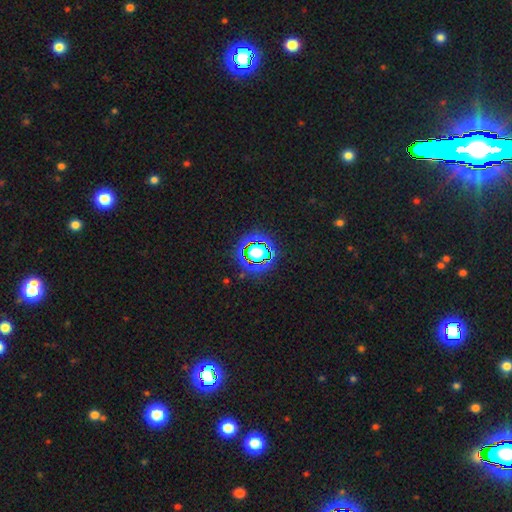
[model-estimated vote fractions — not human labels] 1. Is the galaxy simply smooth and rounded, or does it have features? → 75% star or artifact, 16% smooth, 10% featured or disk.